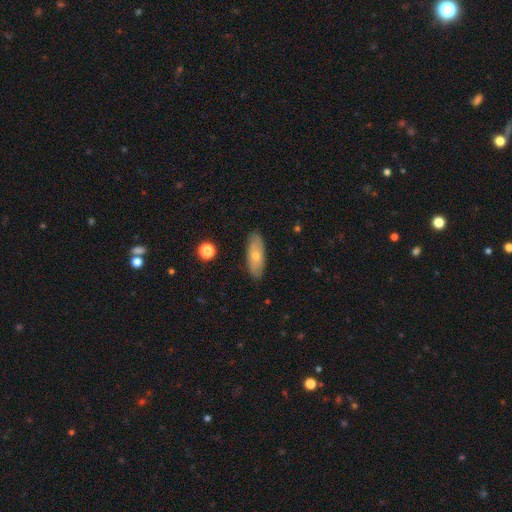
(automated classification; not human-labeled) smooth_or_featured: smooth (p=0.61) [alt: featured or disk p=0.32]
how_rounded: in between (p=0.69) [alt: cigar-shaped p=0.28]
merging: none (p=0.86) [alt: minor disturbance p=0.11]